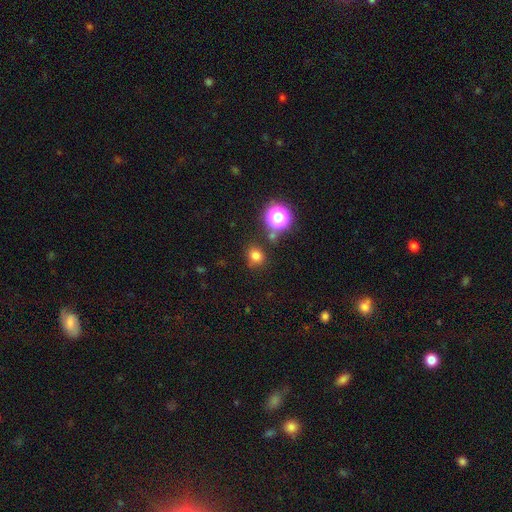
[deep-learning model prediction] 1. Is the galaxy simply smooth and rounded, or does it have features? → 75% smooth, 19% star or artifact, 6% featured or disk.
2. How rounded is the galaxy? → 81% round, 18% in between, 1% cigar-shaped.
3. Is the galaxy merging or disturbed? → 80% none, 11% minor disturbance, 5% merger, 3% major disturbance.